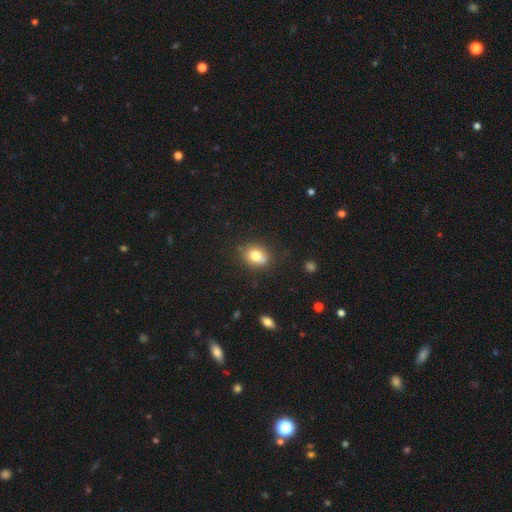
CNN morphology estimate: smooth-or-featured: smooth: 75% | featured or disk: 14% | star or artifact: 11%
  how-rounded: round: 57% | in between: 42% | cigar-shaped: 1%
  merging: none: 66% | minor disturbance: 19% | merger: 10% | major disturbance: 5%